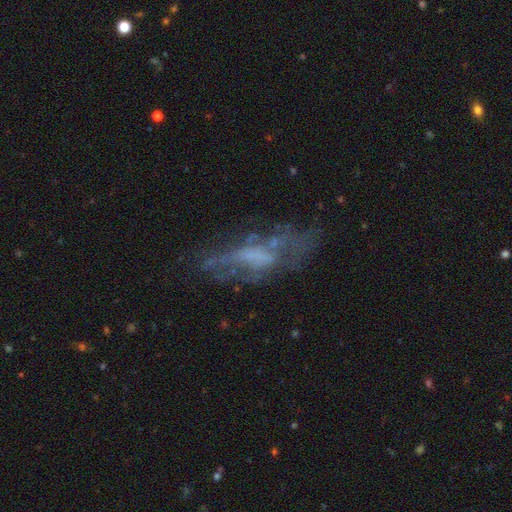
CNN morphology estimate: smooth-or-featured: featured or disk: 61% | smooth: 24% | star or artifact: 14%
  disk-edge-on: no: 83% | yes: 17%
    bar: no: 74% | weak: 18% | strong: 7%
    has-spiral-arms: no: 78% | yes: 22%
    bulge-size: none: 62% | small: 19% | moderate: 13% | large: 4% | dominant: 1%
  merging: none: 45% | major disturbance: 30% | minor disturbance: 20% | merger: 6%